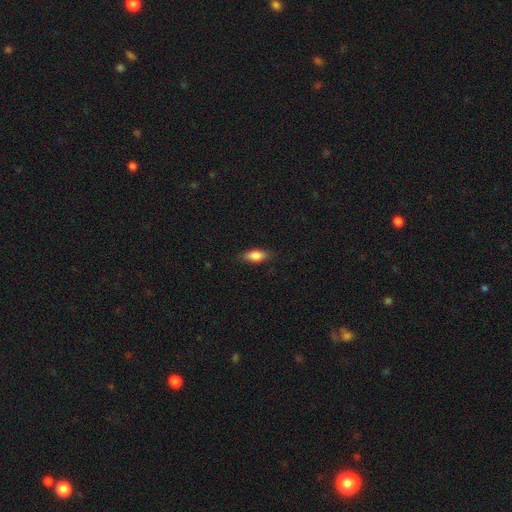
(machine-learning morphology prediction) This appears to be a smooth galaxy with no disk features (80%) that is in between round and cigar-shaped (79%). Merging: none (83%).